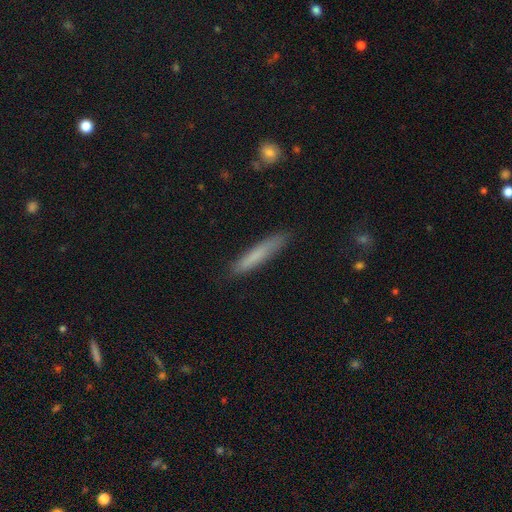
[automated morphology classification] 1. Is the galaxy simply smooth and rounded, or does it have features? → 74% smooth, 19% featured or disk, 7% star or artifact.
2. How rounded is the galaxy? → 93% cigar-shaped, 5% in between, 1% round.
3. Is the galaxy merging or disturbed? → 84% none, 12% minor disturbance, 2% major disturbance, 1% merger.